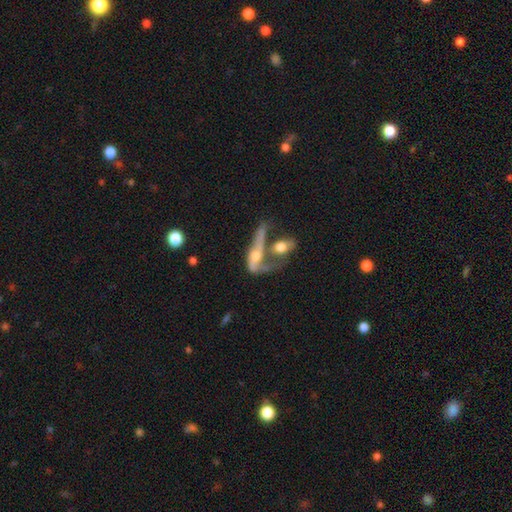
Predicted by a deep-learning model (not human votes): Smooth or featured: featured or disk — 60% (smooth — 31%)
Edge-on disk: no — 67% (yes — 33%)
Merging: merger — 56% (major disturbance — 20%)